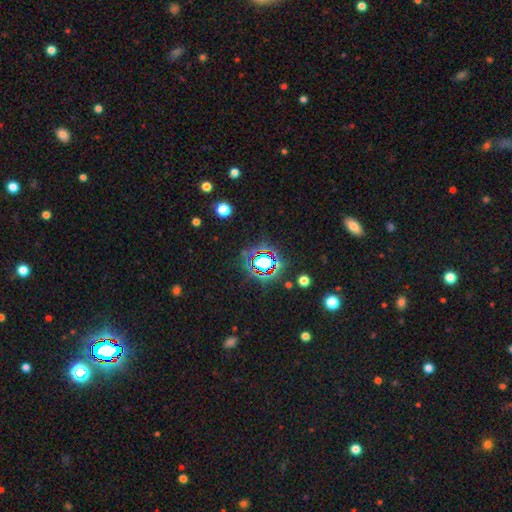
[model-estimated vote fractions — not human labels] A star or artifact, not a galaxy (79%).

Vote fractions:
- Smooth or featured? star or artifact: 79% / smooth: 13% / featured or disk: 8%